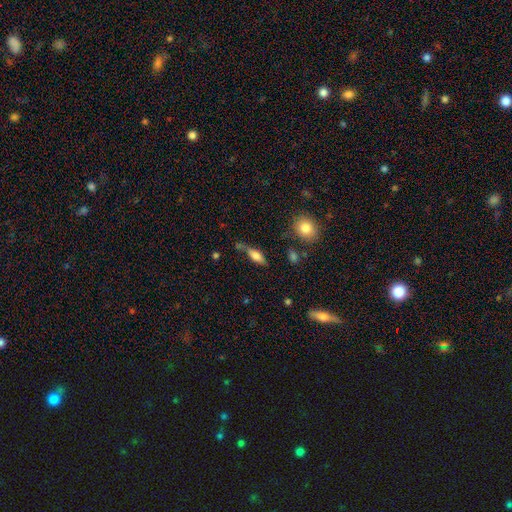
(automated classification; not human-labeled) Morphology: type=smooth (68%); roundness=in between (62%); merging=none (56%).